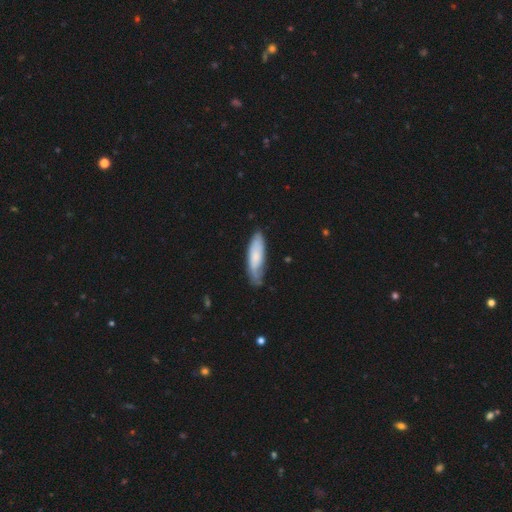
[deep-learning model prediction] This appears to be a smooth galaxy with no disk features (63%) that is cigar-shaped (53%). Merging: none (62%).